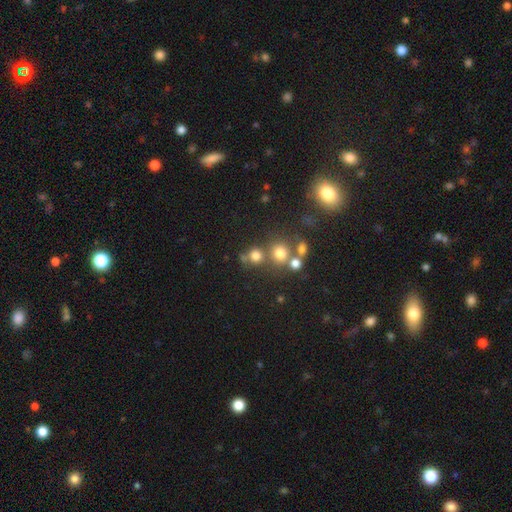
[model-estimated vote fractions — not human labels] This is likely a smooth galaxy (72%). How rounded: clearly round (88%). Merging: likely none (62%).